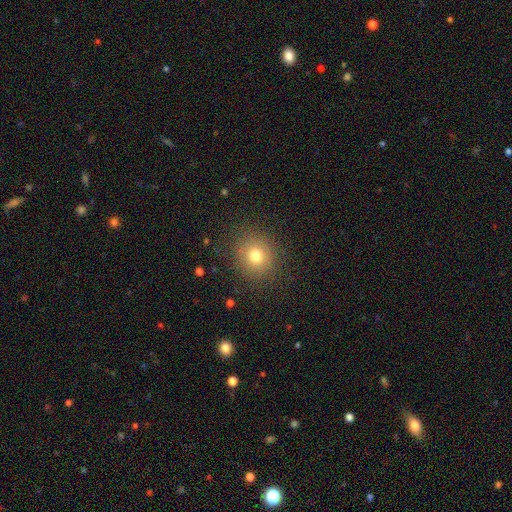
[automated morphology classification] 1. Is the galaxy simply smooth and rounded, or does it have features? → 75% smooth, 15% star or artifact, 10% featured or disk.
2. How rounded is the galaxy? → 87% round, 12% in between, 1% cigar-shaped.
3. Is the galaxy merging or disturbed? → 88% none, 8% minor disturbance, 4% major disturbance, 1% merger.